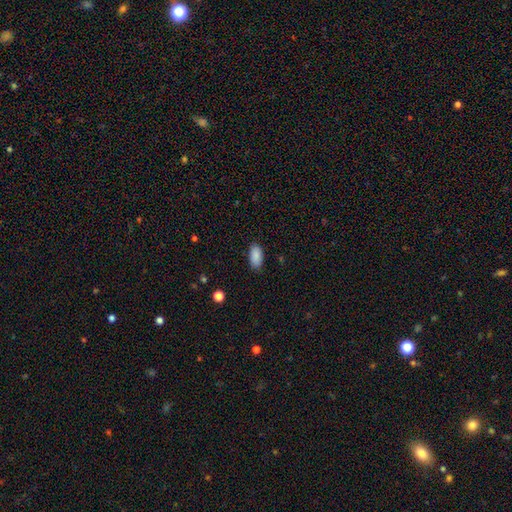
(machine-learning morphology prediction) A smooth galaxy with no disk features (89%) that is in between round and cigar-shaped (93%). Merging: none (85%).